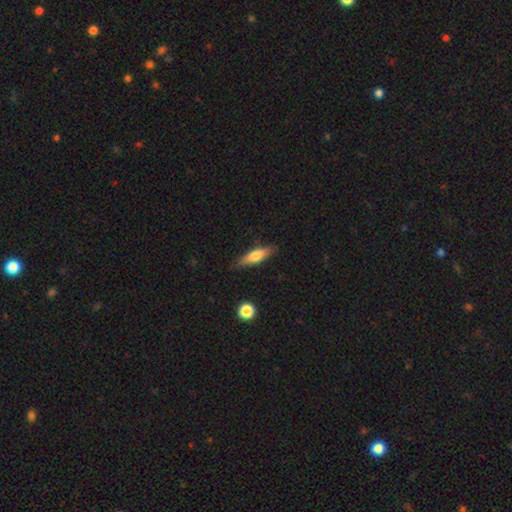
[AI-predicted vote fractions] The model was most divided on "smooth or featured": smooth: 61%, featured or disk: 32%, star or artifact: 6%. More confident: merging — none (83%); how rounded — cigar-shaped (64%).